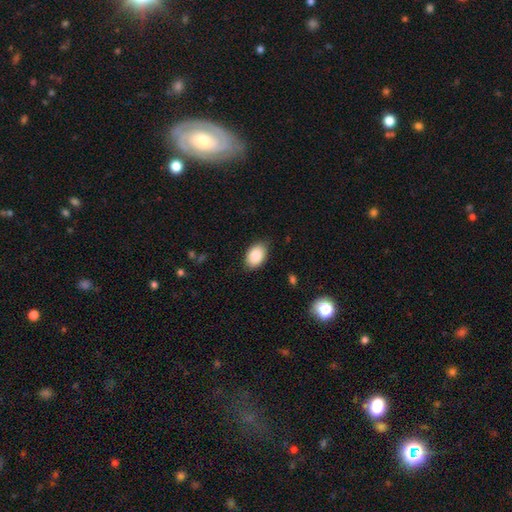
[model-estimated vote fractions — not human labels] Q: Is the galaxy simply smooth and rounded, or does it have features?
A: smooth — 86%.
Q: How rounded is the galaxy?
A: in between — 87%.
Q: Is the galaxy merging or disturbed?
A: none — 83%.